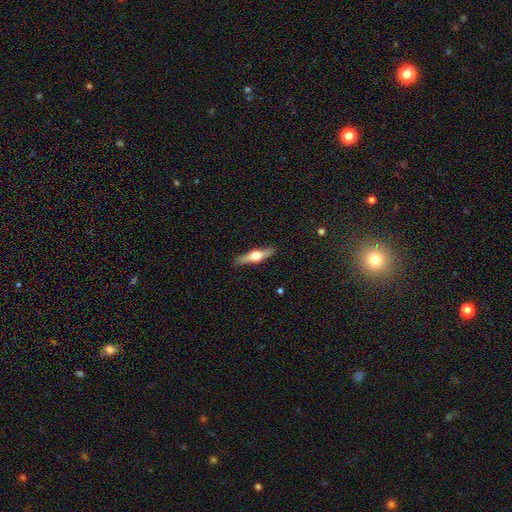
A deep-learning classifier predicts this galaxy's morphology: Q: Smooth or featured?
A: featured or disk (61%); runner-up: smooth (34%)
Q: Edge-on disk?
A: yes (96%); runner-up: no (4%)
Q: Edge-on bulge?
A: rounded (95%); runner-up: boxy (3%)
Q: Merging?
A: none (89%); runner-up: minor disturbance (8%)